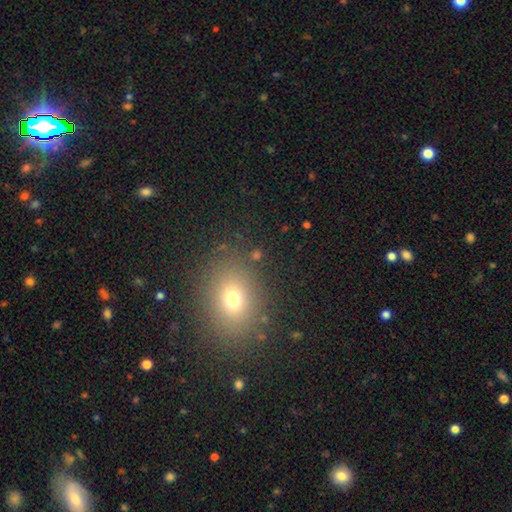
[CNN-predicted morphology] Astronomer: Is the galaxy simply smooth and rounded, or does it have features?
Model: smooth — 66%.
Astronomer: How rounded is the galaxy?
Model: in between — 55% (runner-up: round, 43%).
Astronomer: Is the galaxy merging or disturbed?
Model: none — 83%.